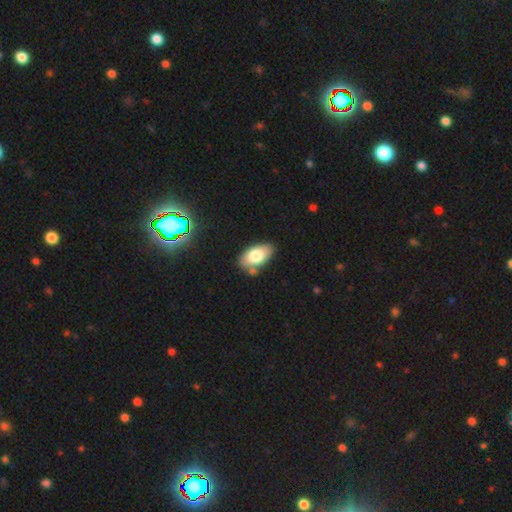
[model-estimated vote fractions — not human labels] Smooth or featured: smooth — 75% (featured or disk — 17%)
How rounded: in between — 93% (round — 4%)
Merging: none — 75% (minor disturbance — 14%)